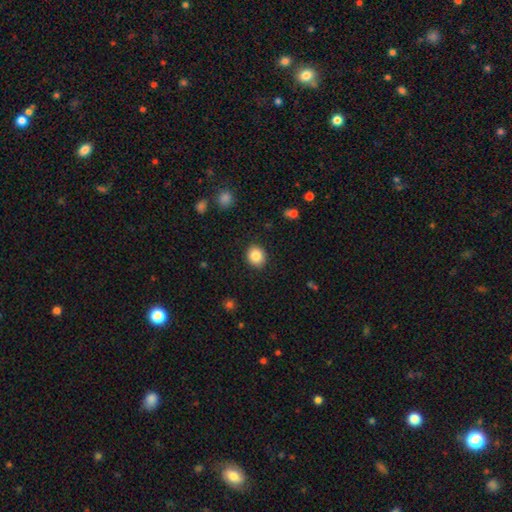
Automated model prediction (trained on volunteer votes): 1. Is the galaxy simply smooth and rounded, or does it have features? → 86% smooth, 9% star or artifact, 6% featured or disk.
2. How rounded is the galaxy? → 73% round, 26% in between, 1% cigar-shaped.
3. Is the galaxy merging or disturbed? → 90% none, 7% minor disturbance, 2% major disturbance, 1% merger.